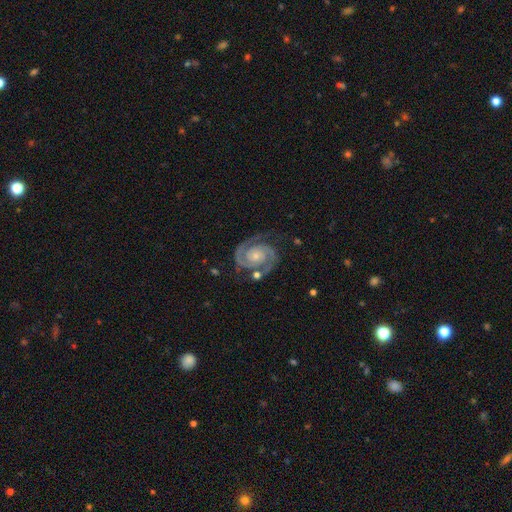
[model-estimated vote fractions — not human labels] Q: Smooth or featured?
A: featured or disk (93%); runner-up: star or artifact (4%)
Q: Edge-on disk?
A: no (98%); runner-up: yes (2%)
Q: Bar?
A: no (71%); runner-up: weak (21%)
Q: Spiral arms?
A: yes (99%); runner-up: no (1%)
Q: Spiral winding?
A: tight (64%); runner-up: medium (33%)
Q: Spiral arm count?
A: 2 (94%); runner-up: 3 (2%)
Q: Bulge size?
A: small (59%); runner-up: moderate (31%)
Q: Merging?
A: none (77%); runner-up: minor disturbance (13%)